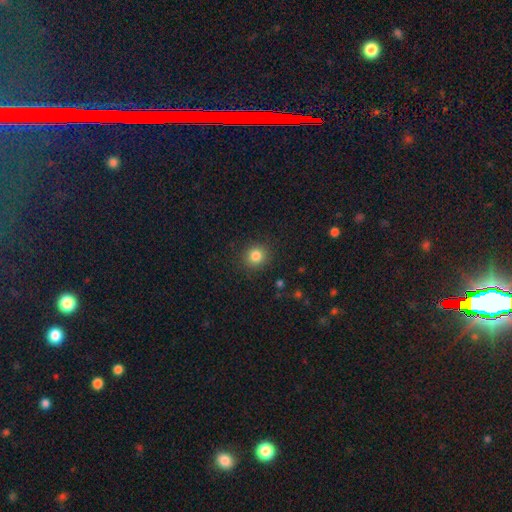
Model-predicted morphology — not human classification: Smooth or featured: smooth — 83% (star or artifact — 11%)
How rounded: round — 87% (in between — 12%)
Merging: none — 90% (minor disturbance — 7%)